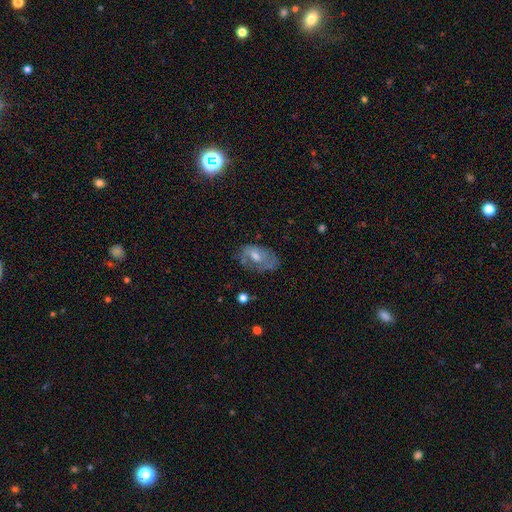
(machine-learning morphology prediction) Smooth or featured: featured or disk — 56% (smooth — 31%)
Edge-on disk: no — 93% (yes — 7%)
Bar: no — 58% (weak — 35%)
Spiral arms: yes — 59% (no — 41%)
Bulge size: moderate — 58% (small — 31%)
Merging: none — 57% (minor disturbance — 26%)